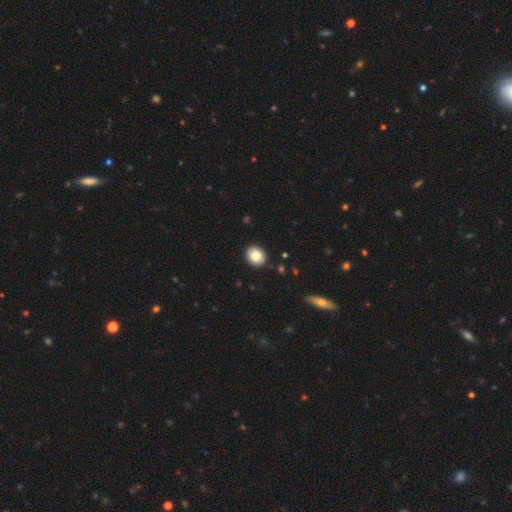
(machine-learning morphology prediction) Smooth or featured: smooth — 83% (star or artifact — 9%)
How rounded: round — 68% (in between — 31%)
Merging: none — 90% (minor disturbance — 7%)